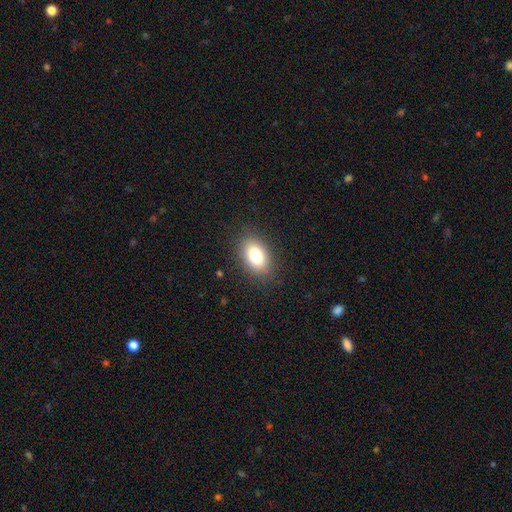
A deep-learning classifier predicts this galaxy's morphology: A smooth galaxy with no disk features (79%) that is in between round and cigar-shaped (86%).

Vote fractions:
- Smooth or featured? smooth: 79% / featured or disk: 12% / star or artifact: 9%
- How rounded? in between: 86% / round: 12% / cigar-shaped: 2%
- Merging? none: 85% / minor disturbance: 11% / major disturbance: 4% / merger: 1%